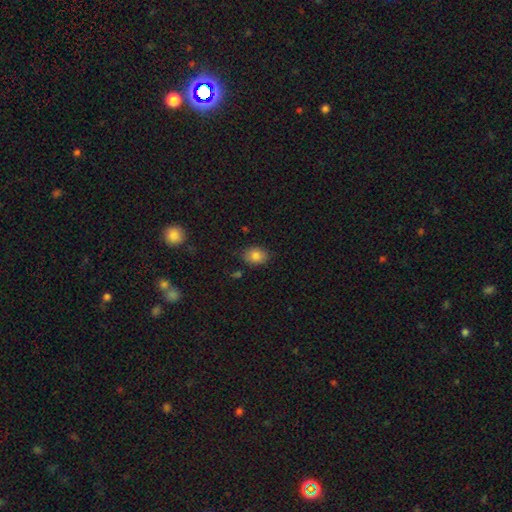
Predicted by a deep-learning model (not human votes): The model was most divided on "how rounded": in between: 68%, round: 31%, cigar-shaped: 1%. More confident: smooth or featured — smooth (82%); merging — none (81%).